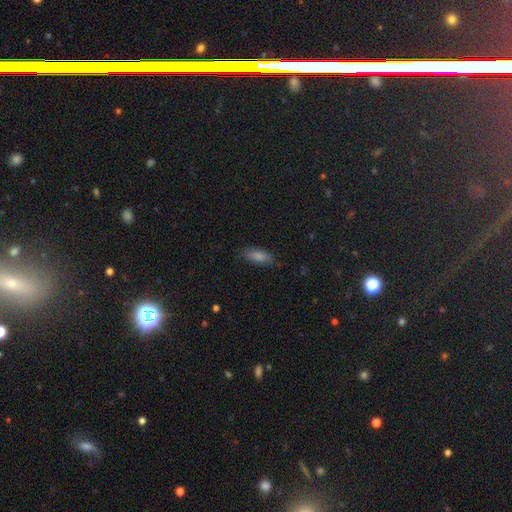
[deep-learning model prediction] This is likely a smooth galaxy (68%). How rounded: likely in between (69%). Merging: clearly none (84%).